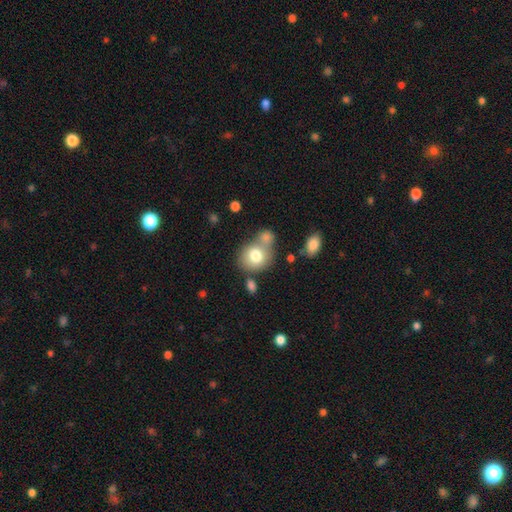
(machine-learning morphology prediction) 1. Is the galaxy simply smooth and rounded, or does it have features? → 76% smooth, 15% featured or disk, 9% star or artifact.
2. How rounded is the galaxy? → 63% round, 36% in between, 1% cigar-shaped.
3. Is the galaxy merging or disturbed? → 47% none, 33% merger, 14% minor disturbance, 6% major disturbance.